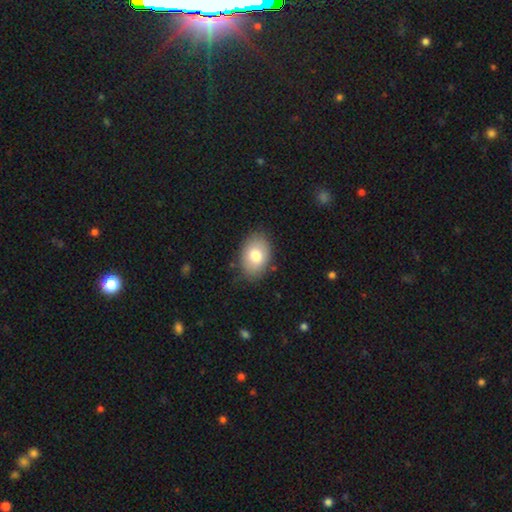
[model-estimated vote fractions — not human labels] Smooth or featured: smooth — 79% (featured or disk — 14%)
How rounded: in between — 84% (round — 14%)
Merging: none — 82% (minor disturbance — 14%)